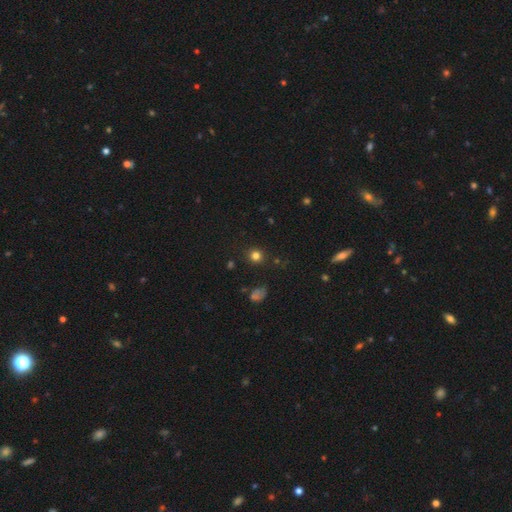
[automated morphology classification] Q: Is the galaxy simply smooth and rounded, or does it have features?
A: smooth — 77%.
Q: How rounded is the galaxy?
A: round — 90%.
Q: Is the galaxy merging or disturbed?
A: none — 87%.